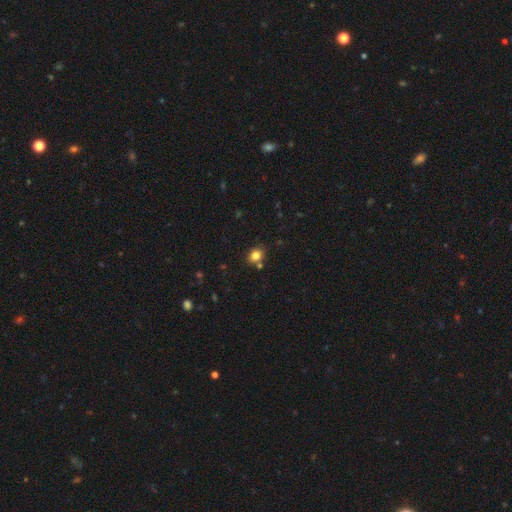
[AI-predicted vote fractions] smooth-or-featured: smooth: 81% | star or artifact: 11% | featured or disk: 7%
  how-rounded: round: 51% | in between: 48% | cigar-shaped: 1%
  merging: none: 74% | minor disturbance: 12% | merger: 11% | major disturbance: 3%